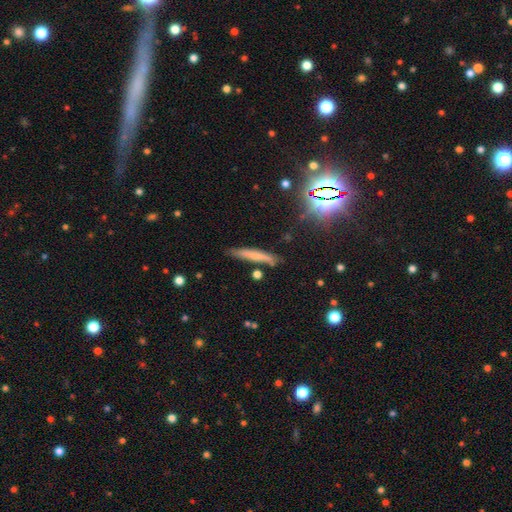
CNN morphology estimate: Q: Smooth or featured?
A: smooth (62%); runner-up: featured or disk (26%)
Q: How rounded?
A: cigar-shaped (92%); runner-up: in between (6%)
Q: Merging?
A: none (78%); runner-up: minor disturbance (14%)